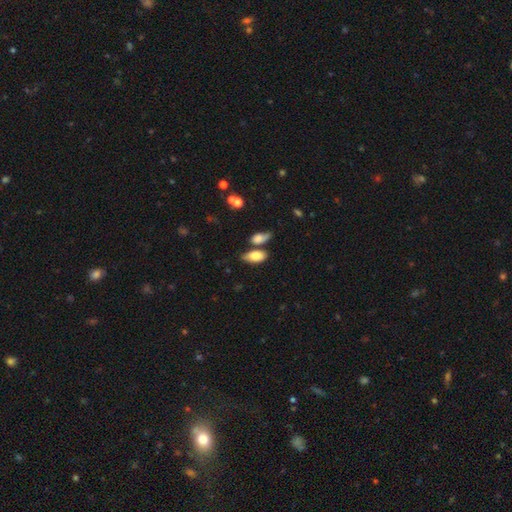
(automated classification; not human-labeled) smooth-or-featured: smooth: 81% | featured or disk: 11% | star or artifact: 7%
  how-rounded: in between: 89% | cigar-shaped: 7% | round: 4%
  merging: none: 58% | merger: 22% | minor disturbance: 16% | major disturbance: 5%